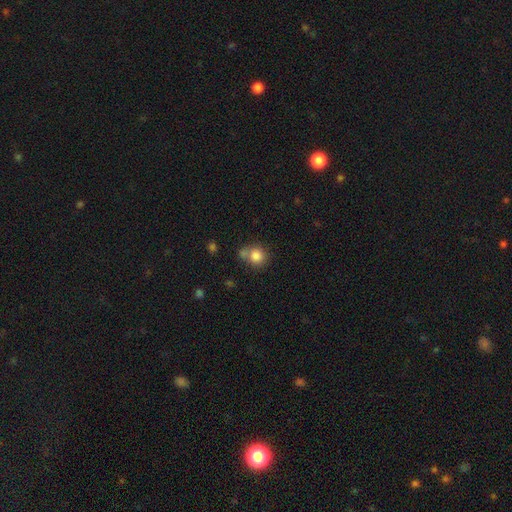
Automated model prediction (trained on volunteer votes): The model was most divided on "merging": none: 55%, merger: 25%, minor disturbance: 15%, major disturbance: 6%. More confident: how rounded — round (84%); smooth or featured — smooth (83%).